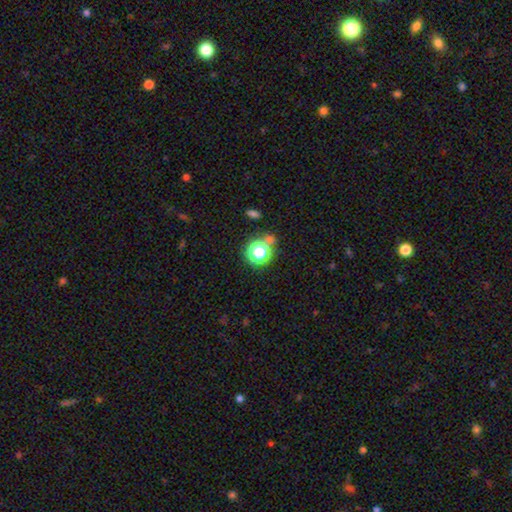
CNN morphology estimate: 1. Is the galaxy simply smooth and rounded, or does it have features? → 61% star or artifact, 33% smooth, 7% featured or disk.